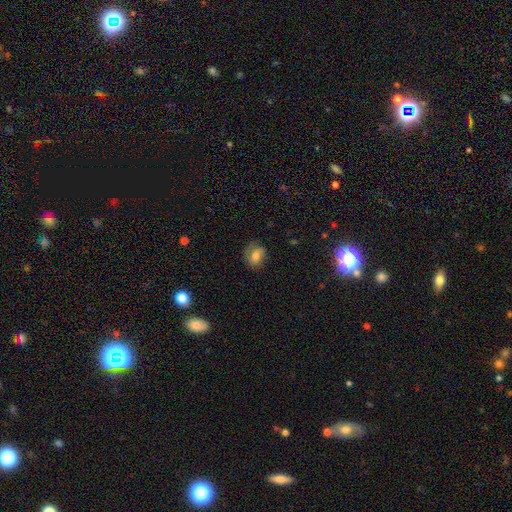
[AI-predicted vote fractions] smooth-or-featured: smooth: 65% | featured or disk: 25% | star or artifact: 10%
  how-rounded: in between: 51% | round: 47% | cigar-shaped: 1%
  merging: none: 67% | minor disturbance: 22% | major disturbance: 9% | merger: 1%